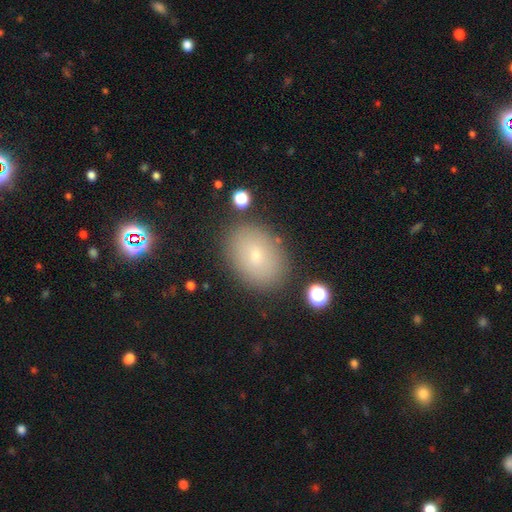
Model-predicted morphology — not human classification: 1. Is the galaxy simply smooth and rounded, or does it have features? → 72% smooth, 17% featured or disk, 11% star or artifact.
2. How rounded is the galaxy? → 75% in between, 23% round, 1% cigar-shaped.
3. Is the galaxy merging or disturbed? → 83% none, 11% minor disturbance, 3% major disturbance, 2% merger.